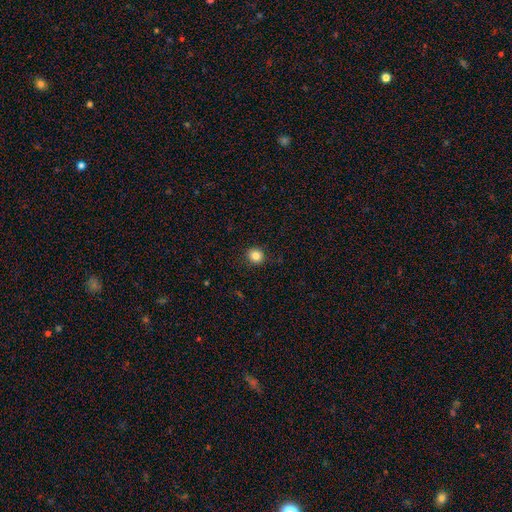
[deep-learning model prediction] This is clearly a smooth galaxy (84%). How rounded: clearly round (88%). Merging: clearly none (90%).